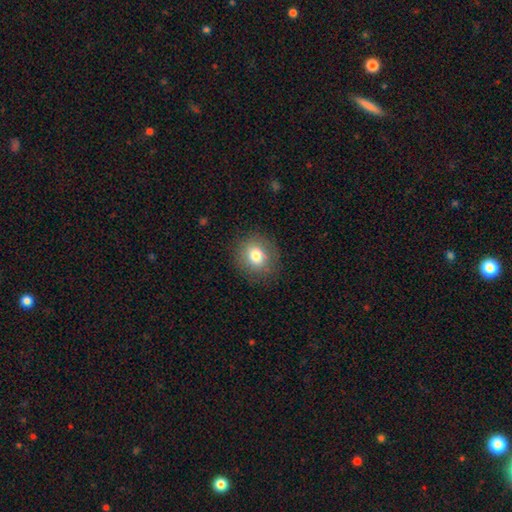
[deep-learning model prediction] The model was most divided on "how rounded": round: 76%, in between: 23%, cigar-shaped: 1%. More confident: merging — none (83%); smooth or featured — smooth (77%).